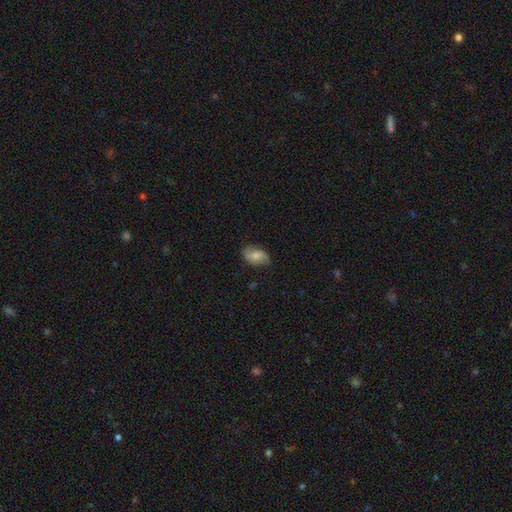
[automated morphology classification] Smooth or featured? Predicted: smooth (p=0.54). How rounded? Predicted: in between (p=0.88). Merging? Predicted: none (p=0.72).